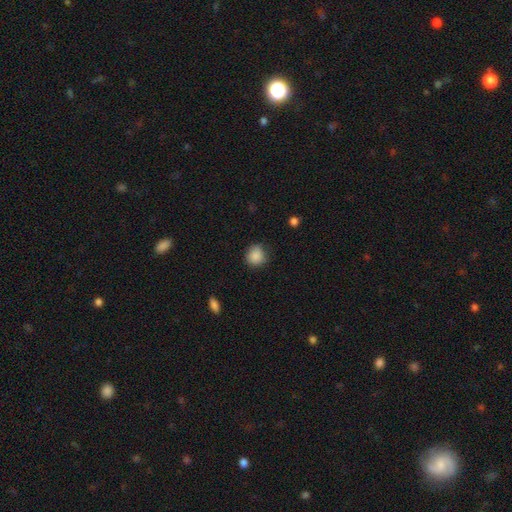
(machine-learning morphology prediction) Smooth or featured: smooth — 88% (star or artifact — 9%)
How rounded: round — 86% (in between — 13%)
Merging: none — 77% (minor disturbance — 18%)